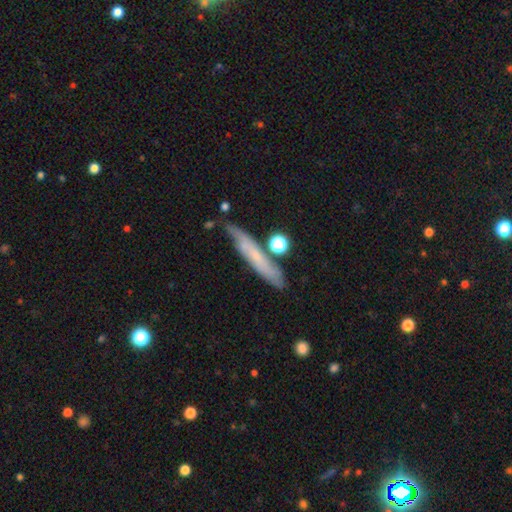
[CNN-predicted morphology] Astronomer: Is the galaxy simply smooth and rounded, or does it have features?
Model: smooth — 53% (runner-up: featured or disk, 39%).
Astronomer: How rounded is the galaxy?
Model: cigar-shaped — 90%.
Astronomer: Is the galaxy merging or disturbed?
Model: none — 74%.